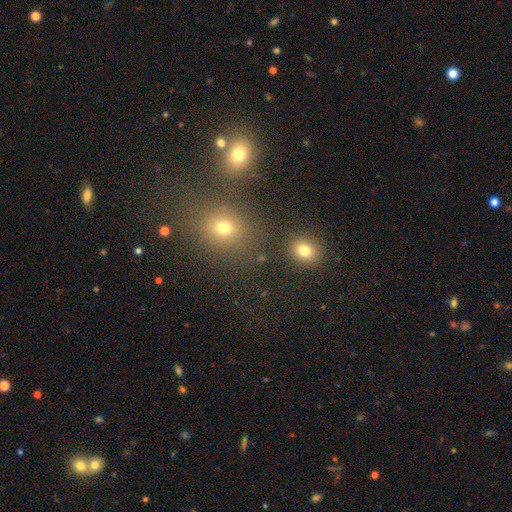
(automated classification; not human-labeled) smooth-or-featured: smooth: 57% | star or artifact: 34% | featured or disk: 10%
  how-rounded: round: 69% | in between: 29% | cigar-shaped: 2%
  merging: none: 71% | merger: 14% | minor disturbance: 10% | major disturbance: 5%